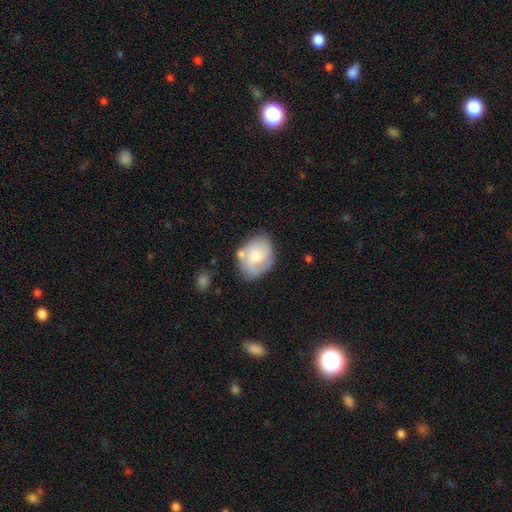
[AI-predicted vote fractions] Smooth or featured: featured or disk — 48% (smooth — 45%)
Merging: none — 59% (minor disturbance — 23%)